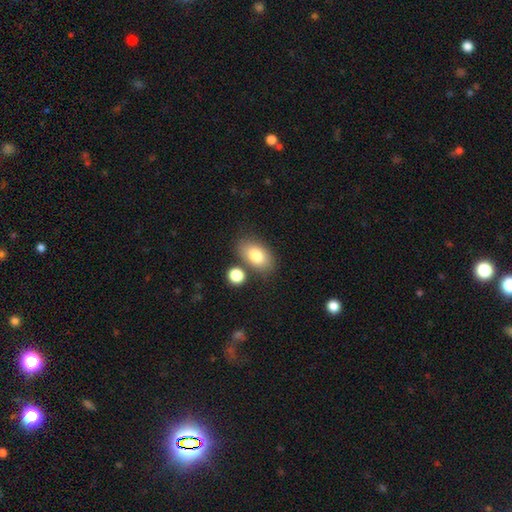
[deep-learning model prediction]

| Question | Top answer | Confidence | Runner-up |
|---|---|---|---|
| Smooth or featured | smooth | 80% | featured or disk (12%) |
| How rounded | in between | 89% | round (9%) |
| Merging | none | 73% | minor disturbance (12%) |